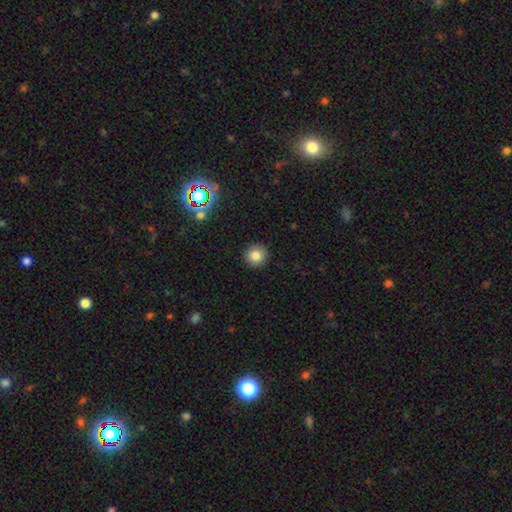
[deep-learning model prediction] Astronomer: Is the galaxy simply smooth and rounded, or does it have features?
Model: smooth — 81%.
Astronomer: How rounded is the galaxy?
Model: round — 94%.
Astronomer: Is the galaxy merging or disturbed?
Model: none — 92%.